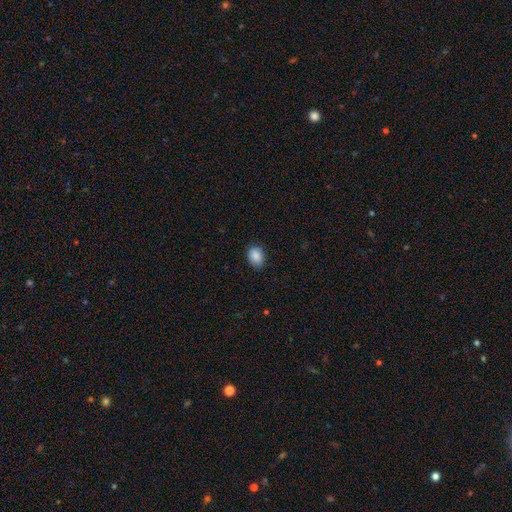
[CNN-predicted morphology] smooth-or-featured: smooth: 89% | star or artifact: 8% | featured or disk: 4%
  how-rounded: in between: 66% | round: 33% | cigar-shaped: 1%
  merging: none: 84% | minor disturbance: 12% | major disturbance: 2% | merger: 1%